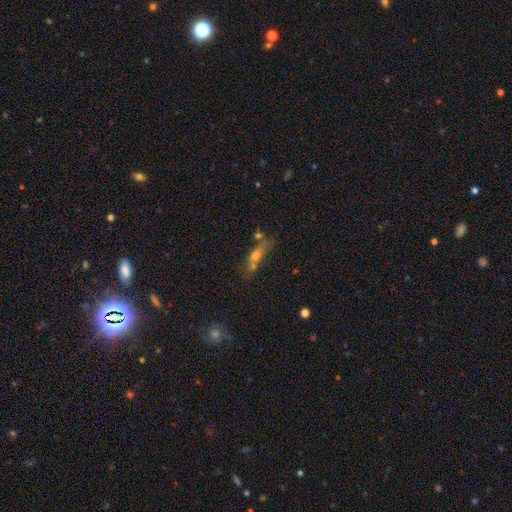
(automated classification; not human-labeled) This is possibly a smooth galaxy (49%). Merging: possibly none (49%).